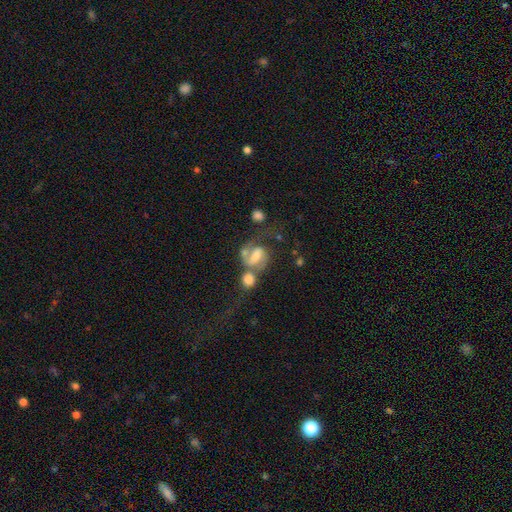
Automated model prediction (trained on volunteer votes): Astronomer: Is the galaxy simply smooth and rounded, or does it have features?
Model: featured or disk — 67%.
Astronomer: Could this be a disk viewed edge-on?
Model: no — 97%.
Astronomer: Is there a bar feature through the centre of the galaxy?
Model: weak — 44% (runner-up: strong, 36%).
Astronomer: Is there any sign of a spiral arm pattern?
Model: yes — 86%.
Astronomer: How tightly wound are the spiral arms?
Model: medium — 51% (runner-up: loose, 30%).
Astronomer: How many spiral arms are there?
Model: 2 — 79%.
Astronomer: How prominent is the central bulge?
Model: moderate — 46% (runner-up: small, 29%).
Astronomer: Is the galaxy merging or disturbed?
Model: merger — 40% (runner-up: none, 31%).